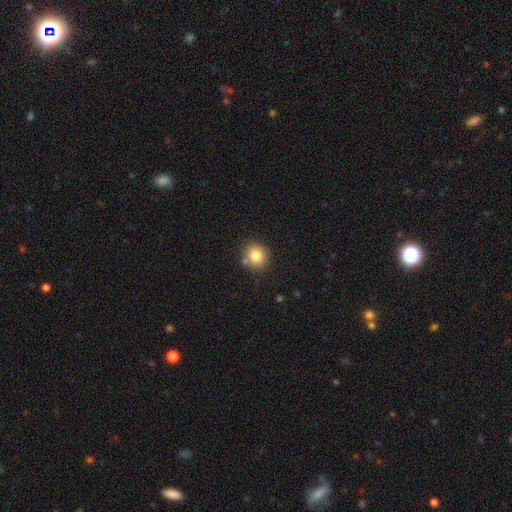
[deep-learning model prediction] A smooth galaxy with no disk features (81%) that is round (82%). Merging: none (79%).